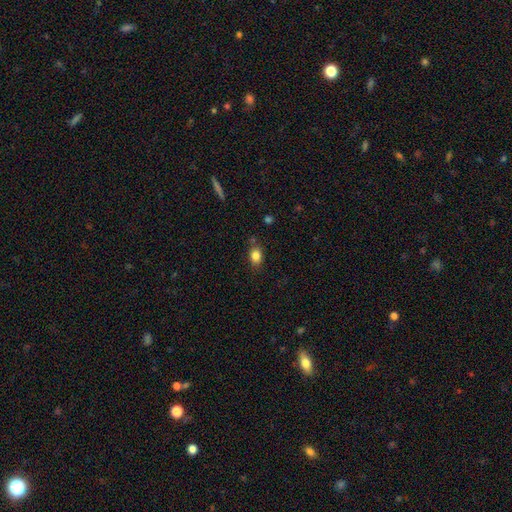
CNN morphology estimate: Q: Smooth or featured?
A: smooth (82%); runner-up: star or artifact (10%)
Q: How rounded?
A: in between (65%); runner-up: round (32%)
Q: Merging?
A: none (75%); runner-up: minor disturbance (17%)